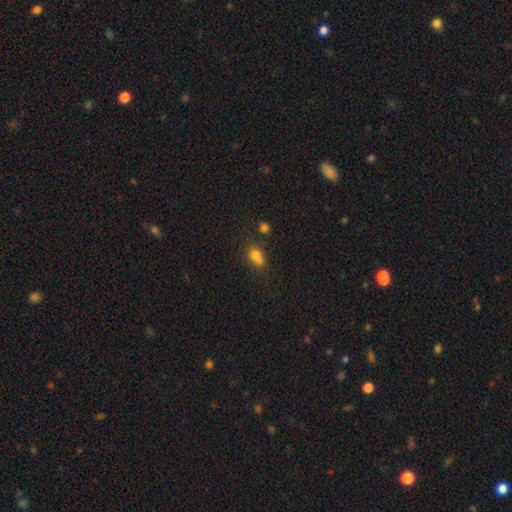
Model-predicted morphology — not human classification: A smooth galaxy with no disk features (75%) that is in between round and cigar-shaped (51%).

Vote fractions:
- Smooth or featured? smooth: 75% / star or artifact: 14% / featured or disk: 12%
- How rounded? in between: 51% / round: 46% / cigar-shaped: 3%
- Merging? none: 37% (tied) / merger: 37% (tied) / minor disturbance: 18% / major disturbance: 8%